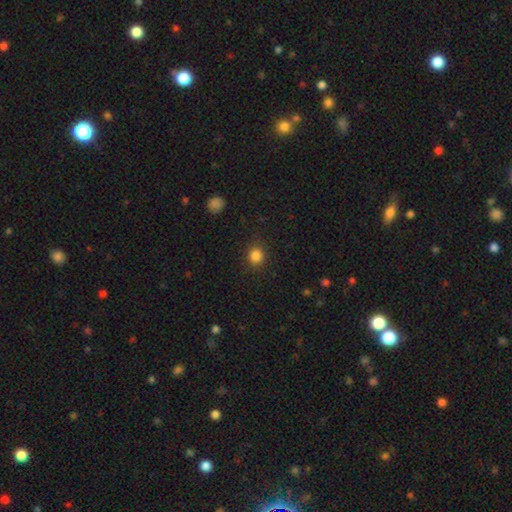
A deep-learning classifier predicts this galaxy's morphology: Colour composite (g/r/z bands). It shows a smooth galaxy with no disk features (84%) that is round (88%). Merging: none (88%).